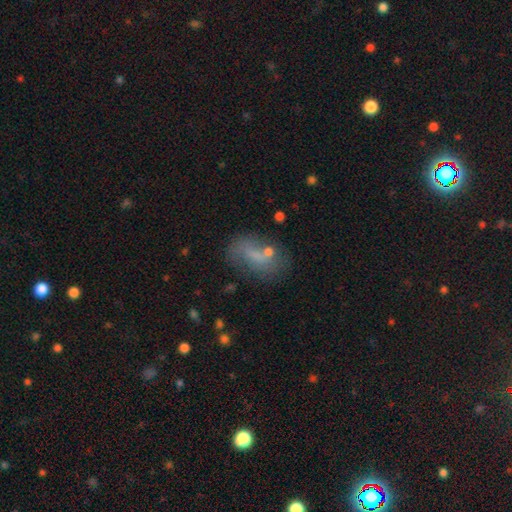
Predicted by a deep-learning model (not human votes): Smooth or featured?
  - smooth: 56% *
  - featured or disk: 31%
  - star or artifact: 13%
How rounded?
  - in between: 81% *
  - round: 12%
  - cigar-shaped: 7%
Merging?
  - none: 47% *
  - minor disturbance: 23%
  - major disturbance: 16%
  - merger: 13%